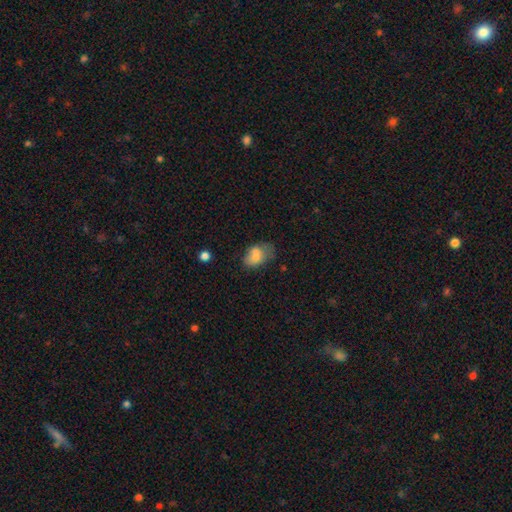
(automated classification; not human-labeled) This is likely a smooth galaxy (69%). How rounded: likely in between (80%). Merging: marginally none (33%).